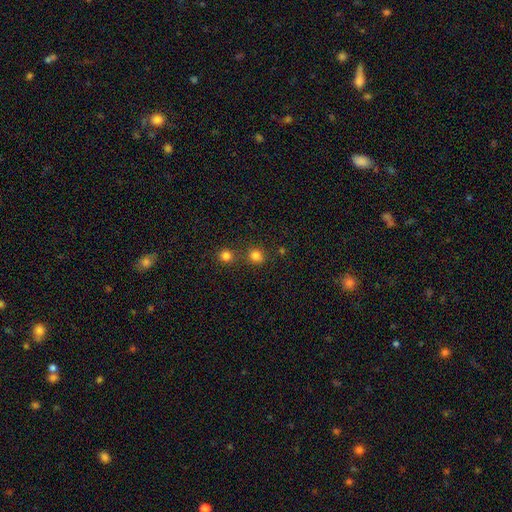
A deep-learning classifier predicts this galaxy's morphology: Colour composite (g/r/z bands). It shows a smooth galaxy with no disk features (80%) that is round (82%). Merging: none (68%).